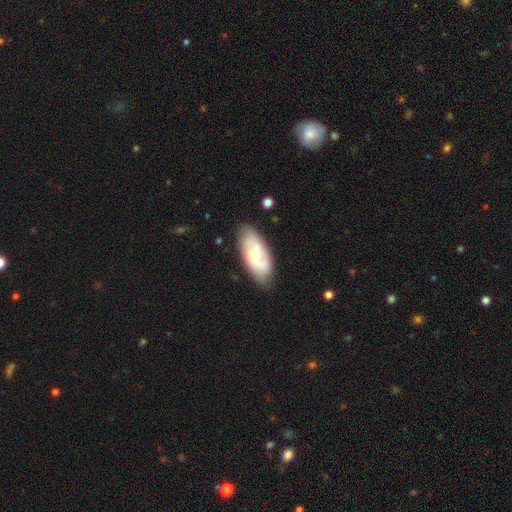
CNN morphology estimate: A featured or disk galaxy (51%).

Vote fractions:
- Smooth or featured? featured or disk: 51% / smooth: 43% / star or artifact: 6%
- Edge-on disk? no: 92% / yes: 8%
- Merging? none: 78% / minor disturbance: 16% / major disturbance: 4% / merger: 2%